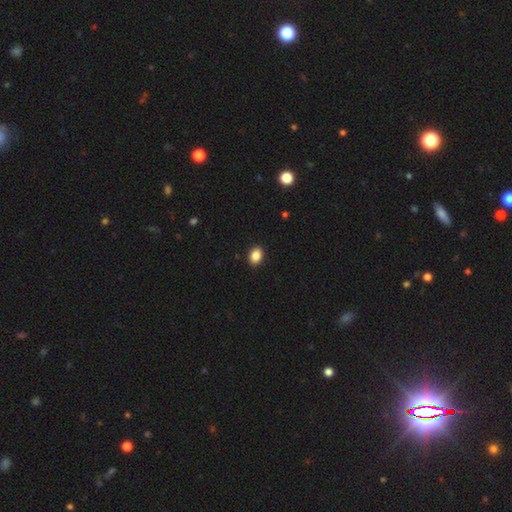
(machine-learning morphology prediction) smooth-or-featured: smooth: 88% | star or artifact: 9% | featured or disk: 4%
  how-rounded: in between: 66% | round: 33% | cigar-shaped: 1%
  merging: none: 91% | minor disturbance: 6% | major disturbance: 2% | merger: 1%